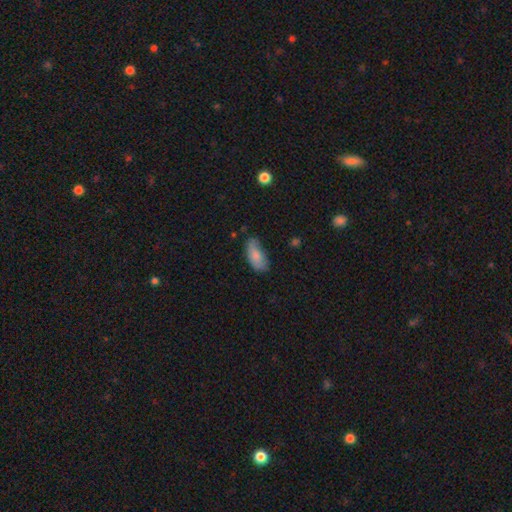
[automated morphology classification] A smooth galaxy with no disk features (81%) that is in between round and cigar-shaped (91%). Merging: none (60%).